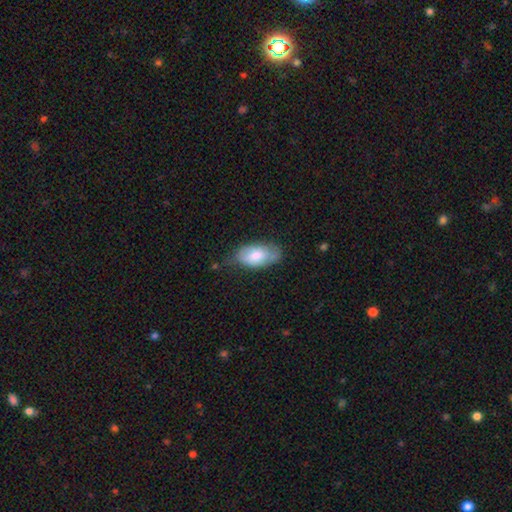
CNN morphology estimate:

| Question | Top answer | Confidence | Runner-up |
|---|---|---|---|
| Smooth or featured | smooth | 71% | featured or disk (22%) |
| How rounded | in between | 94% | round (3%) |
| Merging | none | 56% | minor disturbance (34%) |